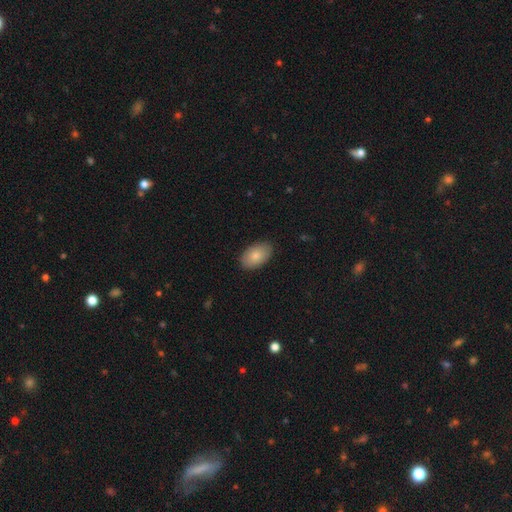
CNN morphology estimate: A smooth galaxy with no disk features (84%) that is in between round and cigar-shaped (93%).

Vote fractions:
- Smooth or featured? smooth: 84% / featured or disk: 10% / star or artifact: 6%
- How rounded? in between: 93% / round: 5% / cigar-shaped: 1%
- Merging? none: 86% / minor disturbance: 11% / major disturbance: 2% / merger: 1%